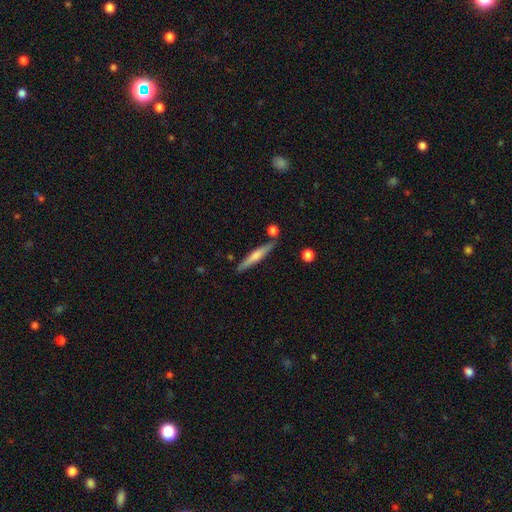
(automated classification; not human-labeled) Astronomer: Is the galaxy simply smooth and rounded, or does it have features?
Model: smooth — 49% (runner-up: featured or disk, 45%).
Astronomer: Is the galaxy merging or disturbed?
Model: none — 81%.